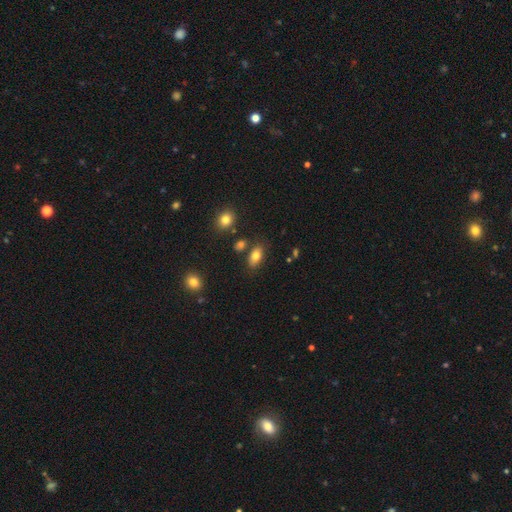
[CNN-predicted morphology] This appears to be a smooth galaxy with no disk features (79%) that is in between round and cigar-shaped (90%). Merging: none (78%).